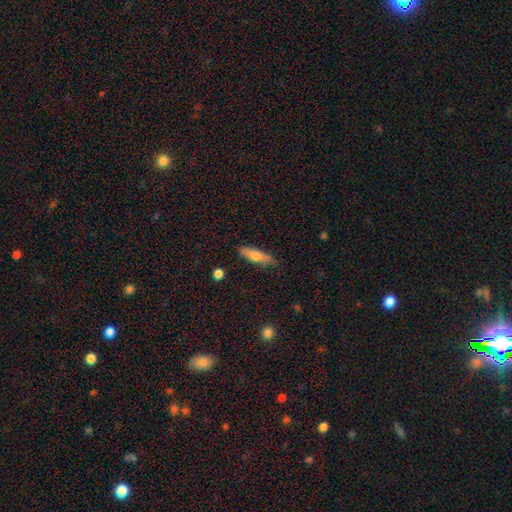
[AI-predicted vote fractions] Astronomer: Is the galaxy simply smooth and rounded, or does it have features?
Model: smooth — 64%.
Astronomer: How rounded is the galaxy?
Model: cigar-shaped — 66%.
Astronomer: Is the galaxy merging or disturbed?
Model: none — 81%.